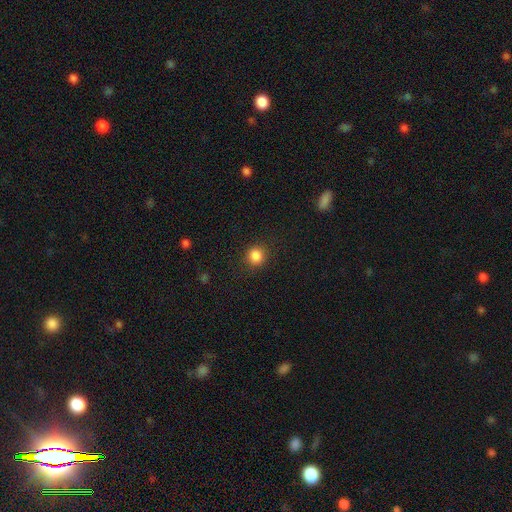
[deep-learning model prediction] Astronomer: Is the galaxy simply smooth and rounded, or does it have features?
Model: smooth — 86%.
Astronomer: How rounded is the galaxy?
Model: round — 89%.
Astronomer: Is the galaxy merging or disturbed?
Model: none — 89%.